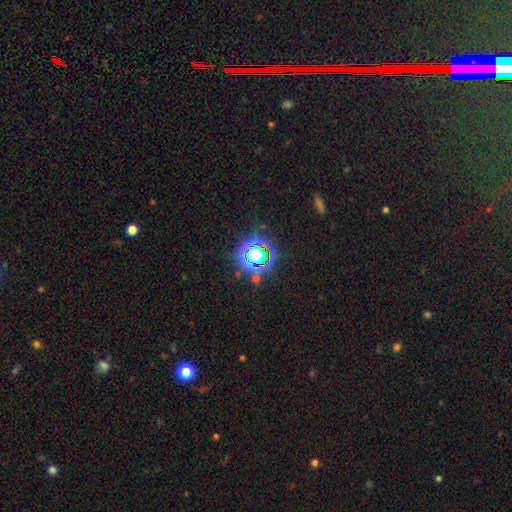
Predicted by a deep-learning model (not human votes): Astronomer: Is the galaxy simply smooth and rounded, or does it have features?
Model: star or artifact — 63%.